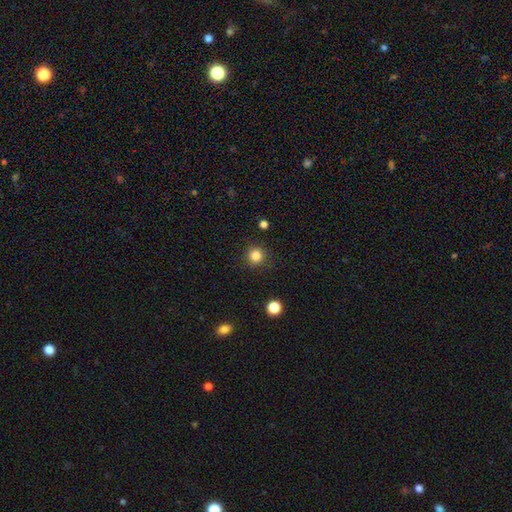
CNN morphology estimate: smooth_or_featured: smooth (p=0.84) [alt: star or artifact p=0.12]
how_rounded: round (p=0.95) [alt: in between p=0.04]
merging: none (p=0.90) [alt: minor disturbance p=0.06]